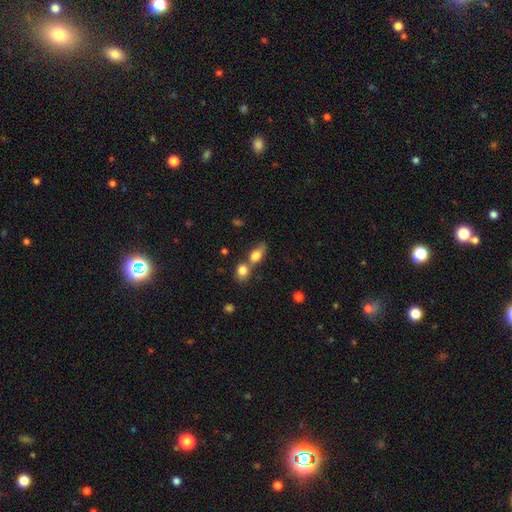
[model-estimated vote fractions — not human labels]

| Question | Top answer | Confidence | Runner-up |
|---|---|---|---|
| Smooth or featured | smooth | 78% | featured or disk (13%) |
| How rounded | in between | 68% | round (24%) |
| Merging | merger | 53% | none (30%) |